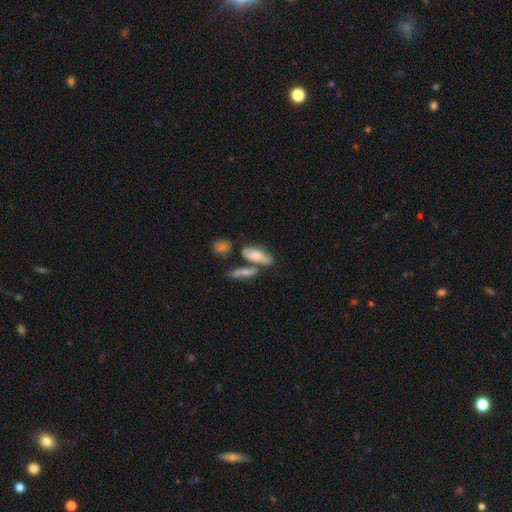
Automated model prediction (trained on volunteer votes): Q: Smooth or featured?
A: smooth (70%); runner-up: featured or disk (23%)
Q: How rounded?
A: in between (67%); runner-up: cigar-shaped (30%)
Q: Merging?
A: none (50%); runner-up: merger (29%)